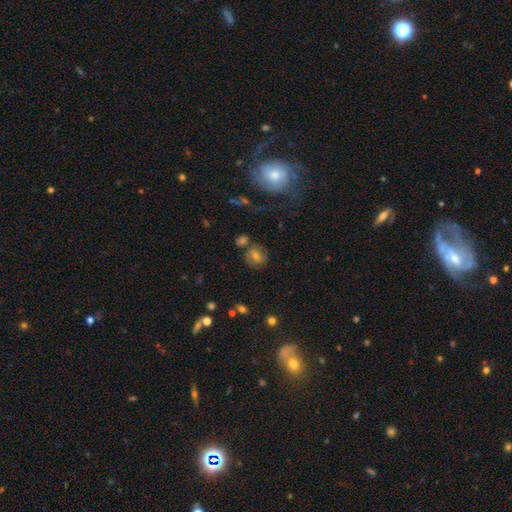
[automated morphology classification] Smooth or featured? Predicted: smooth (p=0.43). Merging? Predicted: none (p=0.72).